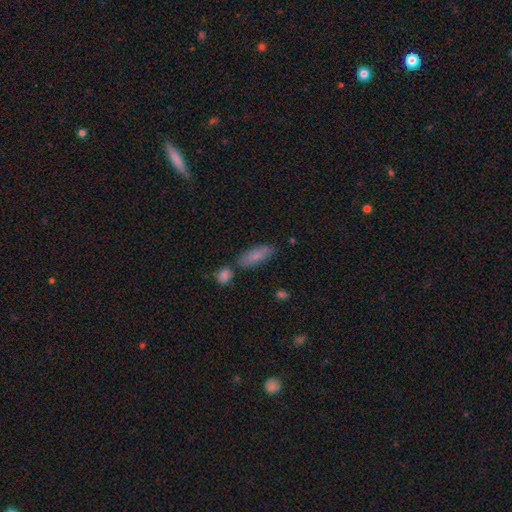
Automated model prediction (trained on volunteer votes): Smooth or featured? smooth (82%)
How rounded? in between (73%)
Merging? none (71%)